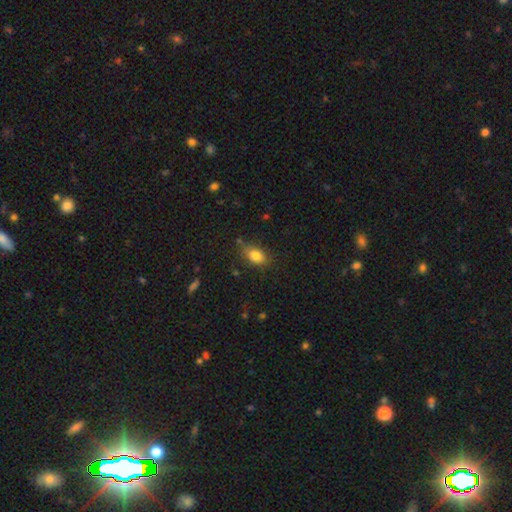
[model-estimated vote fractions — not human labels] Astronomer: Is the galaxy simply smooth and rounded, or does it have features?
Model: smooth — 83%.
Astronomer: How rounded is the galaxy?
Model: in between — 85%.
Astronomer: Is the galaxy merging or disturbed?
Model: none — 75%.